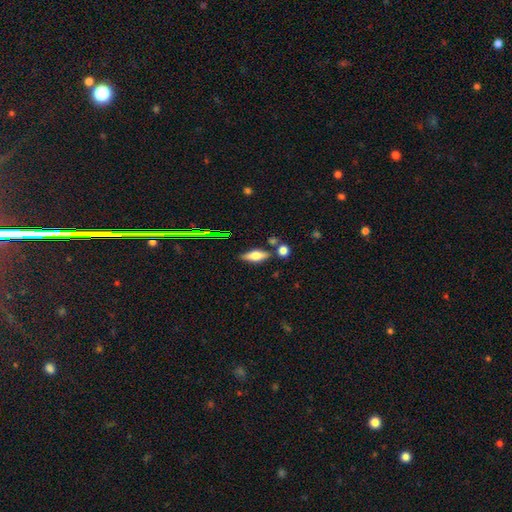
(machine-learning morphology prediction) Smooth or featured: smooth — 58% (featured or disk — 32%)
How rounded: in between — 61% (cigar-shaped — 33%)
Merging: none — 74% (minor disturbance — 12%)